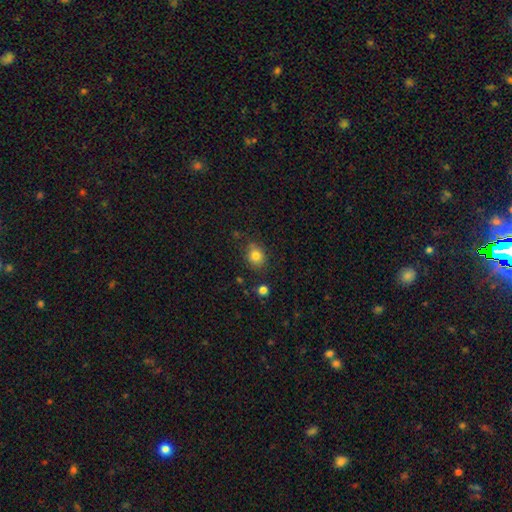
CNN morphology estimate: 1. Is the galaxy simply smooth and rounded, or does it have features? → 82% smooth, 11% star or artifact, 7% featured or disk.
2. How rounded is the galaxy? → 63% round, 36% in between, 1% cigar-shaped.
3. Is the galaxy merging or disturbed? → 79% none, 15% minor disturbance, 3% major disturbance, 3% merger.